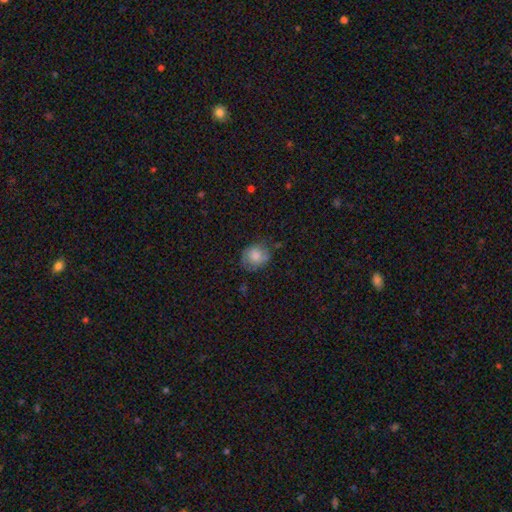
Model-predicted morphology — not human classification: smooth 69%, featured or disk 22%, star or artifact 8%. Down the decision tree: how rounded — round (67%); merging — none (64%).